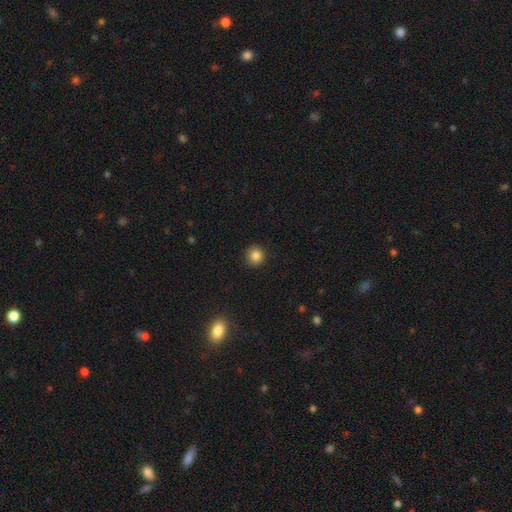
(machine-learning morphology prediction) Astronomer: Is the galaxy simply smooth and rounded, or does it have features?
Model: smooth — 85%.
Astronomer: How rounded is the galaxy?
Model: round — 93%.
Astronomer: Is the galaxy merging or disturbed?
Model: none — 90%.